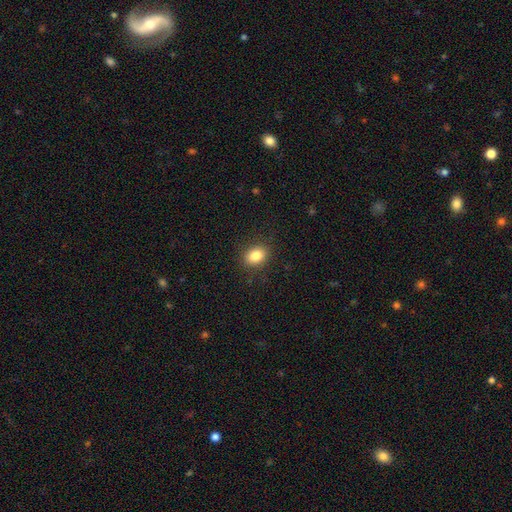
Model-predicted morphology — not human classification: Smooth or featured? smooth (84%)
How rounded? in between (67%)
Merging? none (87%)